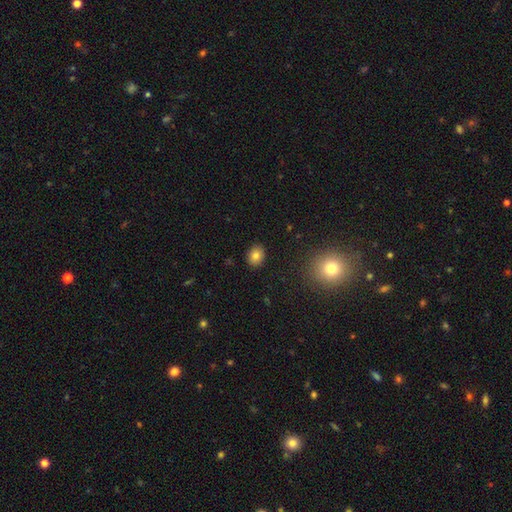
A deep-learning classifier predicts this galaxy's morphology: A smooth galaxy with no disk features (81%) that is round (50%). Merging: none (90%).